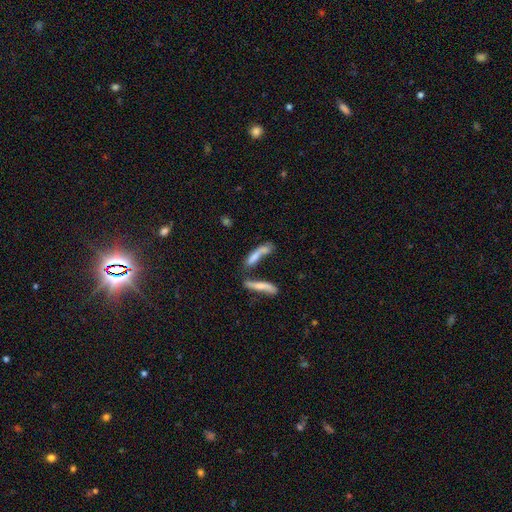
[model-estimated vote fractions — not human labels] Morphology: type=smooth (60%); roundness=cigar-shaped (74%); merging=merger (47%).